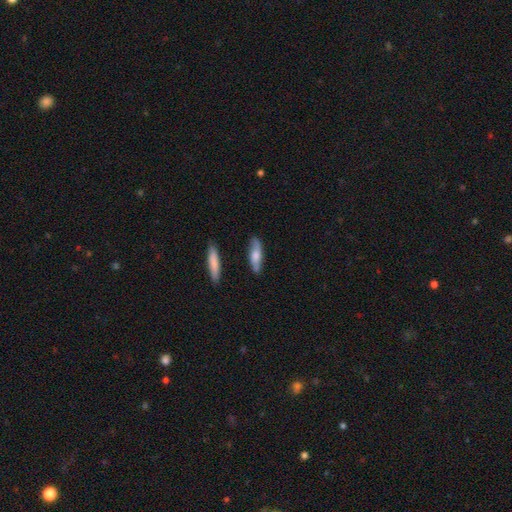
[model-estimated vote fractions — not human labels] smooth-or-featured: smooth: 57% | featured or disk: 37% | star or artifact: 6%
  how-rounded: cigar-shaped: 62% | in between: 36% | round: 3%
  merging: none: 79% | minor disturbance: 15% | merger: 3% | major disturbance: 3%